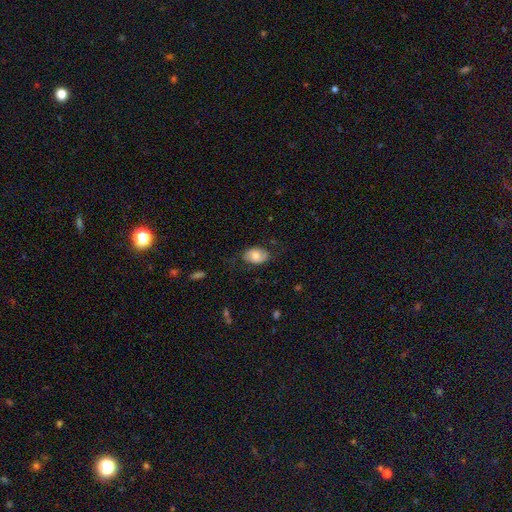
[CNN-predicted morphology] This appears to be a smooth galaxy with no disk features (70%) that is in between round and cigar-shaped (87%). Merging: none (71%).